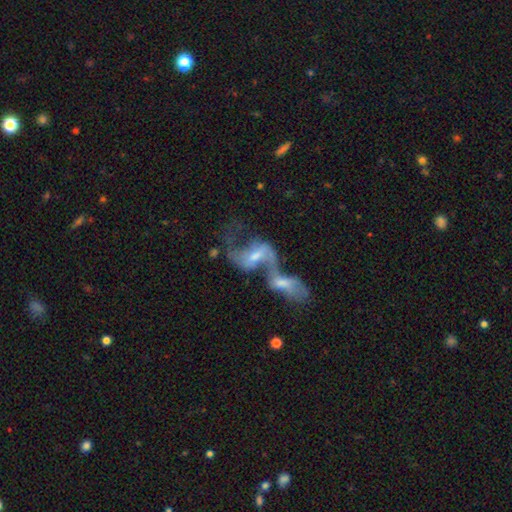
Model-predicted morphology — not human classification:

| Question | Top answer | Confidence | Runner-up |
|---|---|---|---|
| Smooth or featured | featured or disk | 74% | smooth (17%) |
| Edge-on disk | no | 94% | yes (6%) |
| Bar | weak | 45% | no (30%) |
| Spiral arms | yes | 83% | no (17%) |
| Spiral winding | loose | 70% | medium (24%) |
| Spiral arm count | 2 | 78% | 1 (9%) |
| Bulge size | moderate | 44% | small (41%) |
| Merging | merger | 70% | none (13%) |